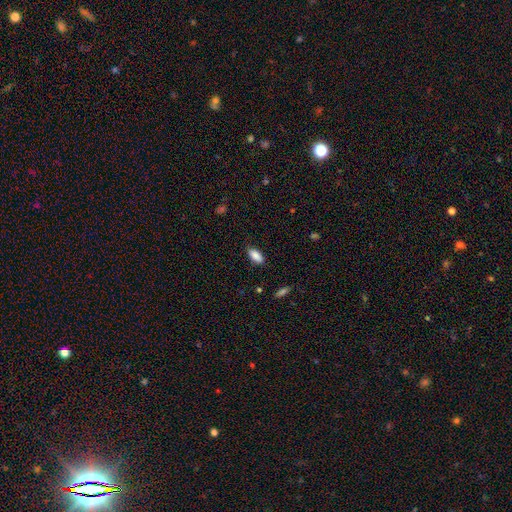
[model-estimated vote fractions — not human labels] smooth_or_featured: smooth (p=0.88) [alt: star or artifact p=0.07]
how_rounded: in between (p=0.86) [alt: cigar-shaped p=0.12]
merging: none (p=0.83) [alt: minor disturbance p=0.13]